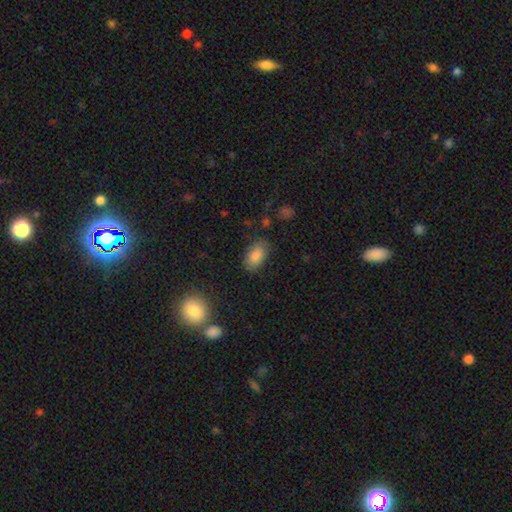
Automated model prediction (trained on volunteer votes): smooth_or_featured: smooth (p=0.85) [alt: star or artifact p=0.08]
how_rounded: in between (p=0.92) [alt: round p=0.06]
merging: none (p=0.79) [alt: minor disturbance p=0.15]